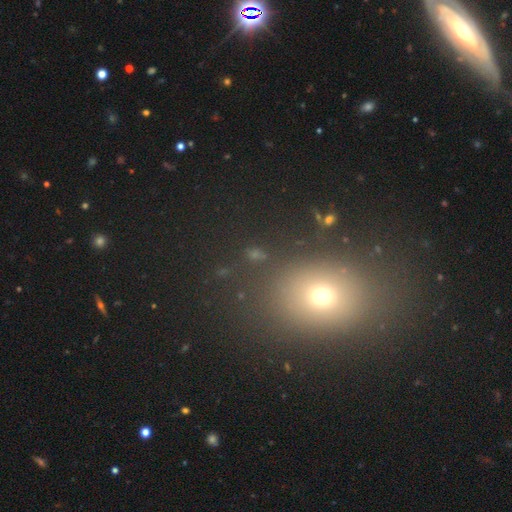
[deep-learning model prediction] smooth-or-featured: smooth: 53% | star or artifact: 36% | featured or disk: 11%
  how-rounded: round: 58% | in between: 39% | cigar-shaped: 3%
  merging: none: 78% | minor disturbance: 10% | merger: 7% | major disturbance: 5%